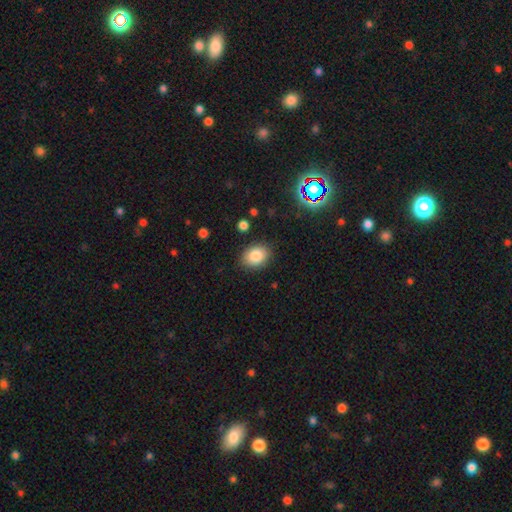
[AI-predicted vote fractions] smooth-or-featured: smooth: 84% | star or artifact: 9% | featured or disk: 7%
  how-rounded: in between: 68% | round: 31% | cigar-shaped: 1%
  merging: none: 86% | minor disturbance: 10% | major disturbance: 3% | merger: 1%